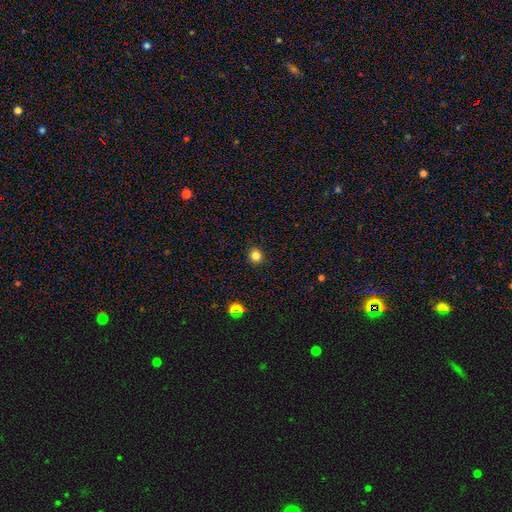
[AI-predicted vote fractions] Smooth or featured? Predicted: smooth (p=0.82). How rounded? Predicted: round (p=0.89). Merging? Predicted: none (p=0.91).